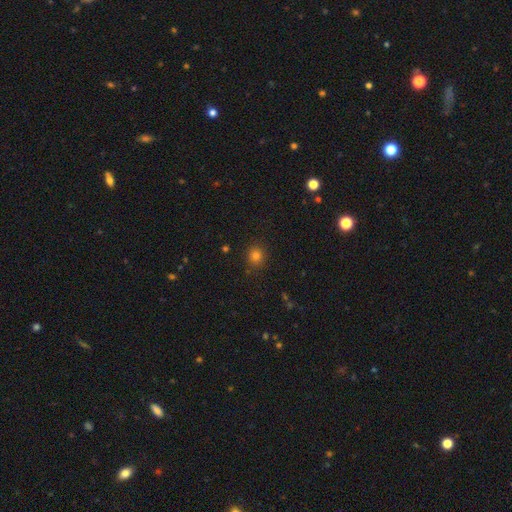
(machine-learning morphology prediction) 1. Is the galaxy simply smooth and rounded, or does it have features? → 78% smooth, 16% star or artifact, 6% featured or disk.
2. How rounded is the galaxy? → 86% round, 13% in between, 1% cigar-shaped.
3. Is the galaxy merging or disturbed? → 88% none, 8% minor disturbance, 2% major disturbance, 1% merger.